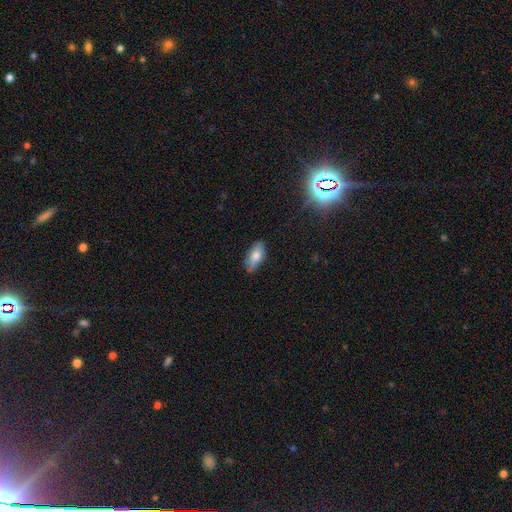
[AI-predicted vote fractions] smooth 74%, featured or disk 18%, star or artifact 8%. Down the decision tree: how rounded — in between (87%); merging — none (79%).